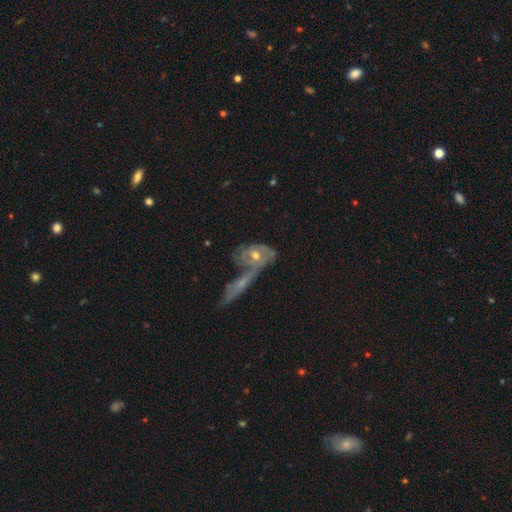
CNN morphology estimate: type=featured or disk (73%); edge-on=no (88%); bar=no (71%); spiral arms=yes (78%); bulge=moderate (68%); merging=merger (49%).